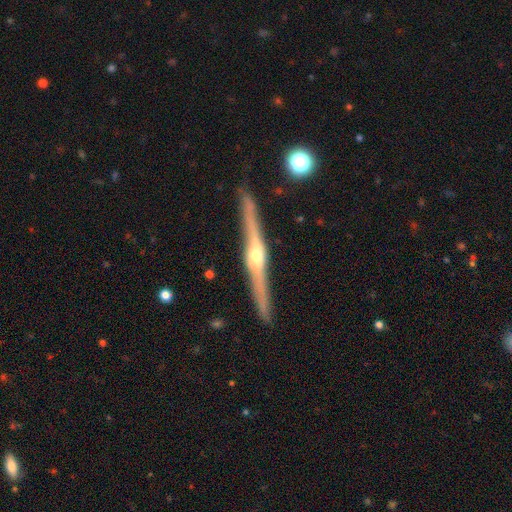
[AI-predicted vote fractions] Smooth or featured? Predicted: featured or disk (p=0.85). Edge-on disk? Predicted: yes (p=0.98). Edge-on bulge? Predicted: rounded (p=0.92). Merging? Predicted: none (p=0.91).